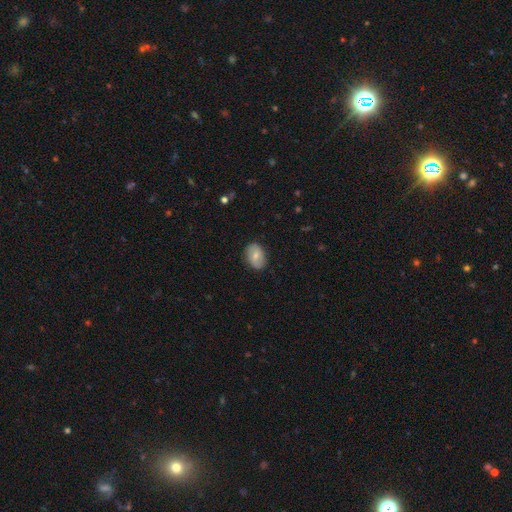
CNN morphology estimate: Smooth or featured? smooth (67%)
How rounded? in between (83%)
Merging? none (85%)